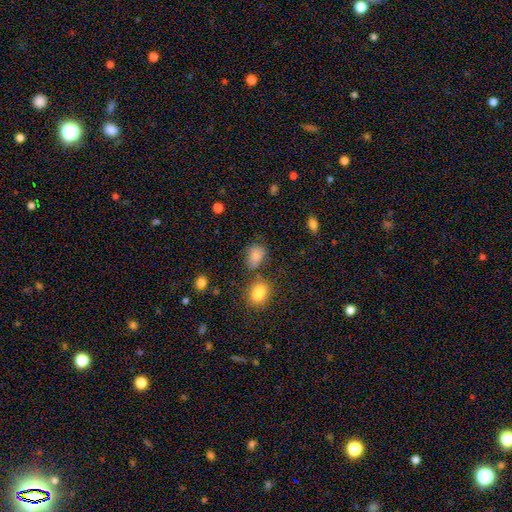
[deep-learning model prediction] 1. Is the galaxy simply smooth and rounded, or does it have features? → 81% smooth, 12% star or artifact, 7% featured or disk.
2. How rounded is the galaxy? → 69% in between, 30% round, 1% cigar-shaped.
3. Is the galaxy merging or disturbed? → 59% none, 21% minor disturbance, 12% merger, 7% major disturbance.